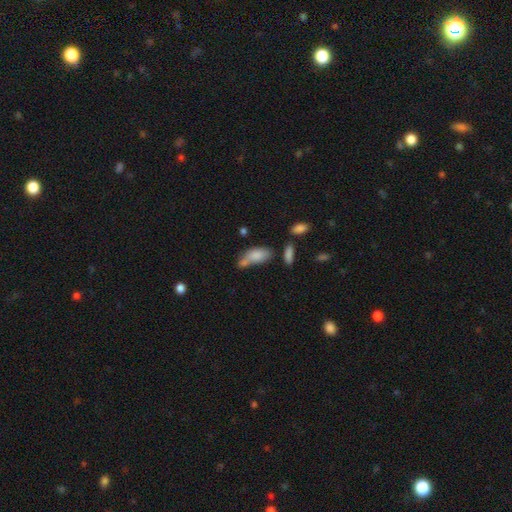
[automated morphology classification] Smooth or featured?
  - smooth: 79% *
  - featured or disk: 13%
  - star or artifact: 8%
How rounded?
  - in between: 85% *
  - cigar-shaped: 11%
  - round: 4%
Merging?
  - none: 35% *
  - merger: 32%
  - minor disturbance: 23%
  - major disturbance: 11%